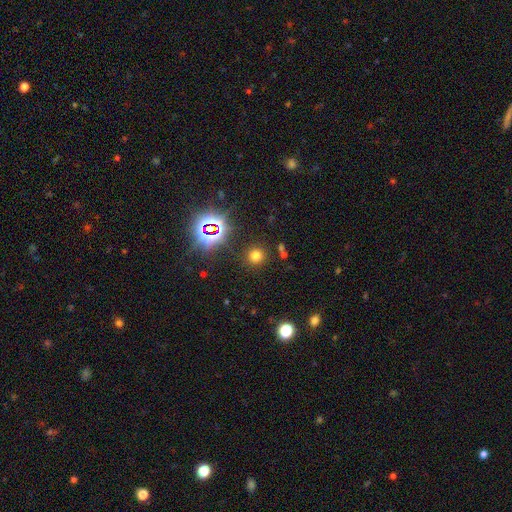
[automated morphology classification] This appears to be a smooth galaxy with no disk features (66%) that is round (92%). Merging: none (87%).